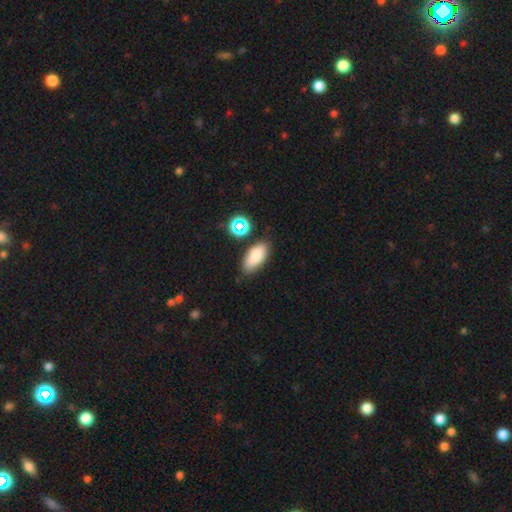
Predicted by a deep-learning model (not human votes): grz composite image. It shows a smooth galaxy with no disk features (82%) that is in between round and cigar-shaped (87%). Merging: none (78%).